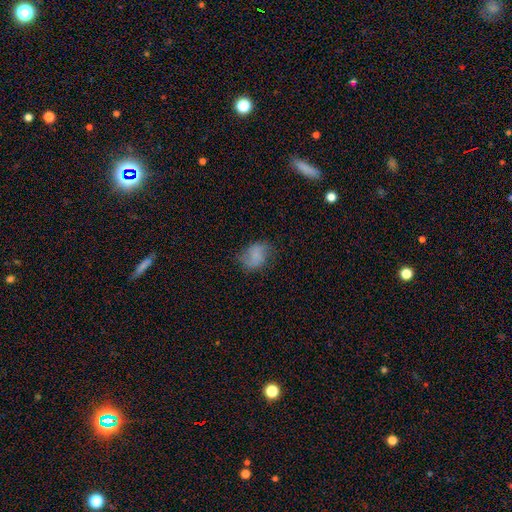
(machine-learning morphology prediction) Smooth or featured? Predicted: smooth (p=0.66). How rounded? Predicted: in between (p=0.61). Merging? Predicted: none (p=0.63).